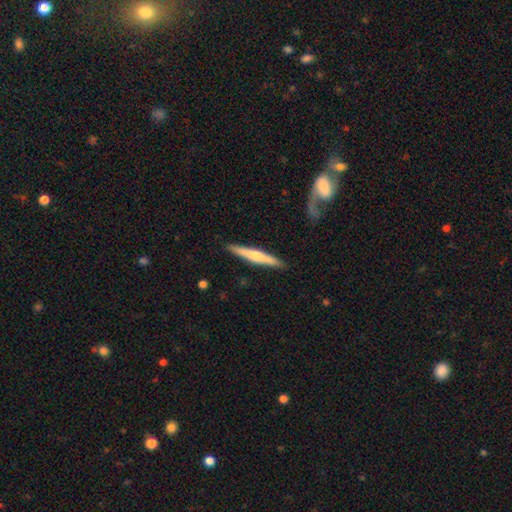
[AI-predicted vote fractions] Smooth or featured? smooth (49%)
Merging? none (89%)